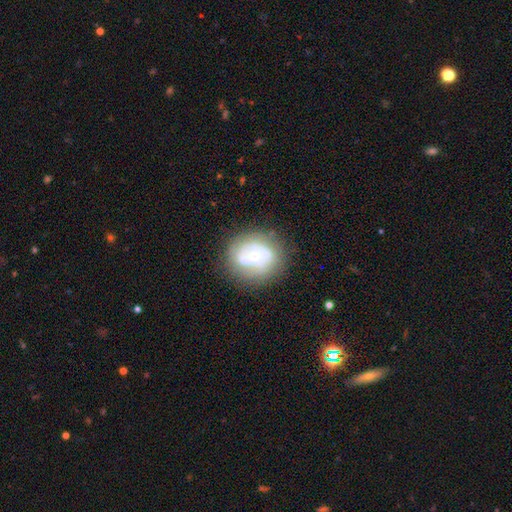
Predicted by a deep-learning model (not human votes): Smooth or featured? featured or disk (68%)
Edge-on disk? no (98%)
Bar? no (80%)
Spiral arms? yes (62%)
Bulge size? small (59%)
Merging? none (65%)